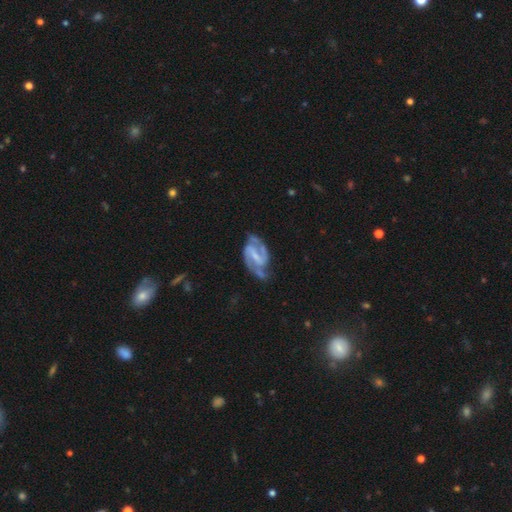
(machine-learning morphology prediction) Smooth or featured? Predicted: featured or disk (p=0.90). Edge-on disk? Predicted: no (p=0.97). Bar? Predicted: strong (p=0.52). Spiral arms? Predicted: yes (p=0.97). Spiral winding? Predicted: medium (p=0.56). Spiral arm count? Predicted: 2 (p=0.91). Bulge size? Predicted: small (p=0.50). Merging? Predicted: none (p=0.66).